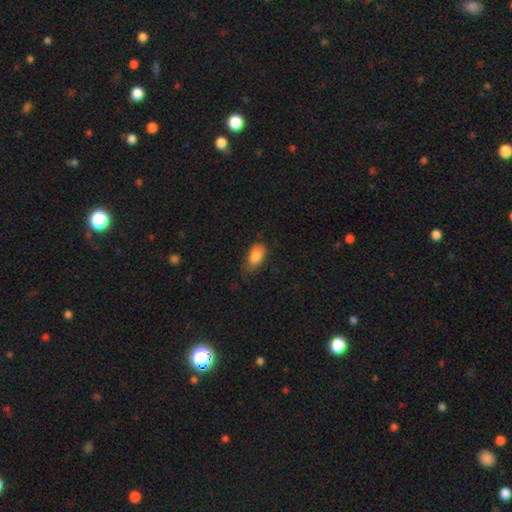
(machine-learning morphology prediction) A smooth galaxy with no disk features (85%) that is in between round and cigar-shaped (89%). Merging: none (61%).